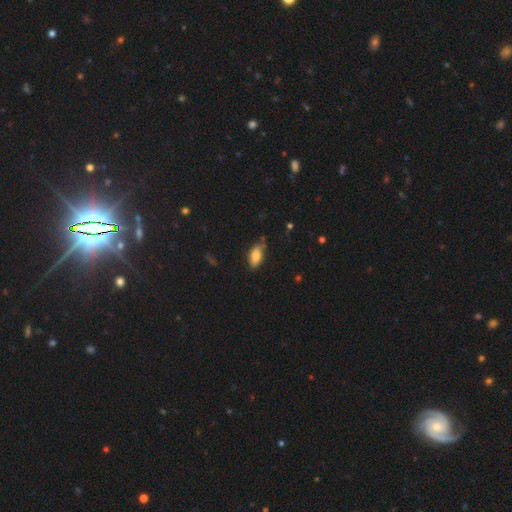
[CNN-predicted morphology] smooth 80%, featured or disk 12%, star or artifact 8%. Down the decision tree: how rounded — in between (90%); merging — none (74%).